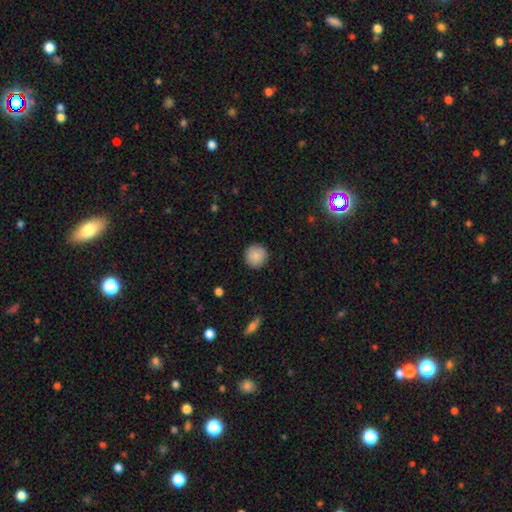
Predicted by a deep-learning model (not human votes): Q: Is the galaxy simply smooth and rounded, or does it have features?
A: smooth — 89%.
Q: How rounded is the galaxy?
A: round — 95%.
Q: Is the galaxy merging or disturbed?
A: none — 91%.